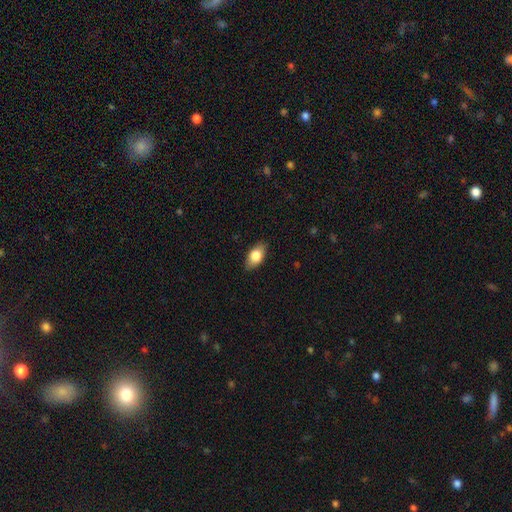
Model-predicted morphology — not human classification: The model was most divided on "smooth or featured": smooth: 77%, featured or disk: 16%, star or artifact: 7%. More confident: how rounded — in between (89%); merging — none (85%).